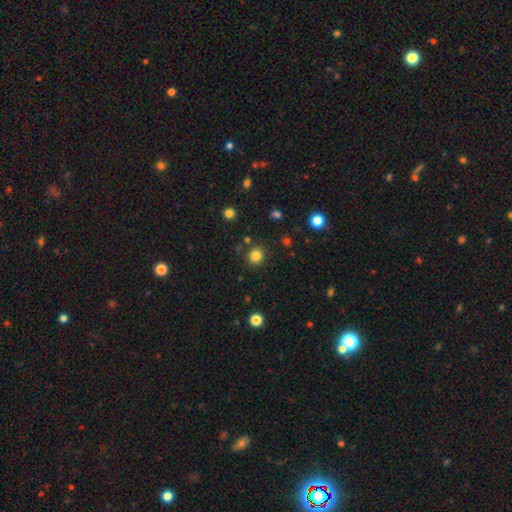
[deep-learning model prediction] Smooth or featured? smooth (82%)
How rounded? round (90%)
Merging? none (86%)